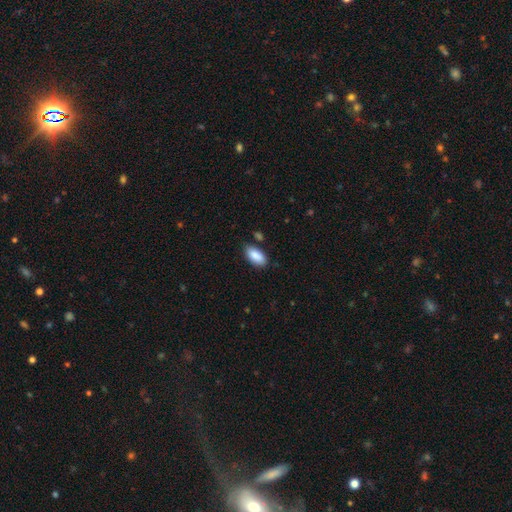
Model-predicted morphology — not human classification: A smooth galaxy with no disk features (89%) that is in between round and cigar-shaped (92%). Merging: none (80%).